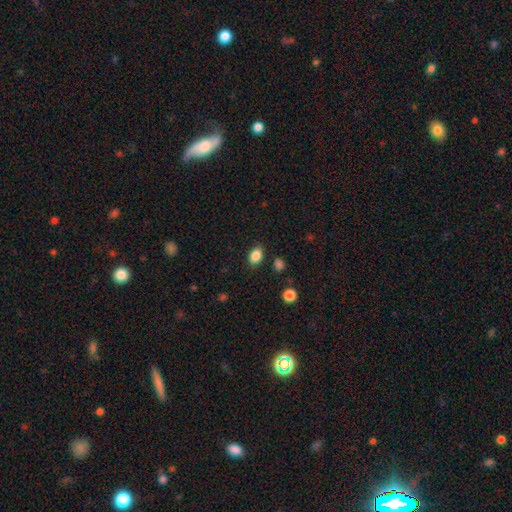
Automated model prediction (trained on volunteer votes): Q: Smooth or featured?
A: smooth (86%); runner-up: star or artifact (9%)
Q: How rounded?
A: in between (78%); runner-up: round (21%)
Q: Merging?
A: none (83%); runner-up: minor disturbance (11%)